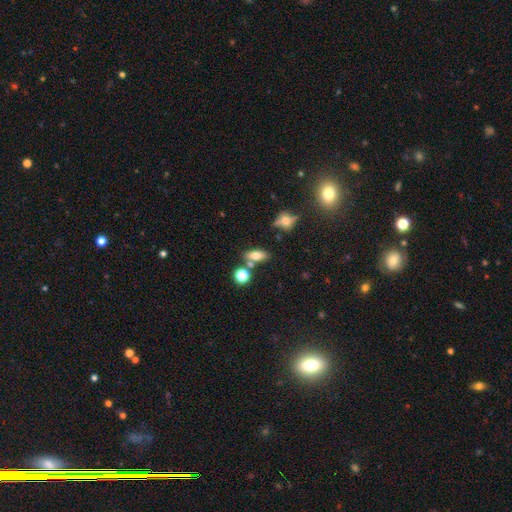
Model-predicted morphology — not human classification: This appears to be a smooth galaxy with no disk features (71%) that is in between round and cigar-shaped (76%). Merging: none (68%).